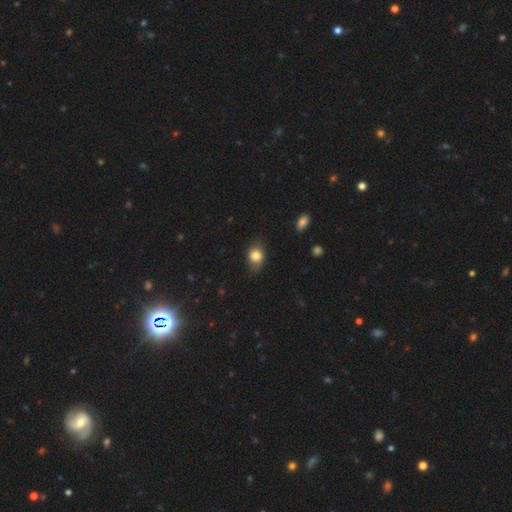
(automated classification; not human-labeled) smooth_or_featured: smooth (p=0.80) [alt: featured or disk p=0.11]
how_rounded: in between (p=0.57) [alt: round p=0.41]
merging: none (p=0.70) [alt: minor disturbance p=0.23]